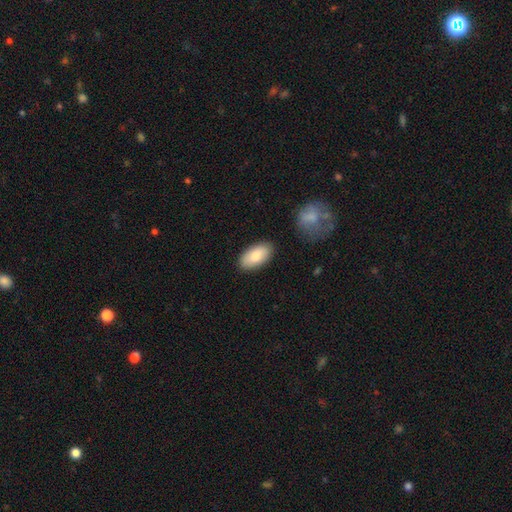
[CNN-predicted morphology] Smooth or featured? Predicted: smooth (p=0.79). How rounded? Predicted: in between (p=0.94). Merging? Predicted: none (p=0.86).